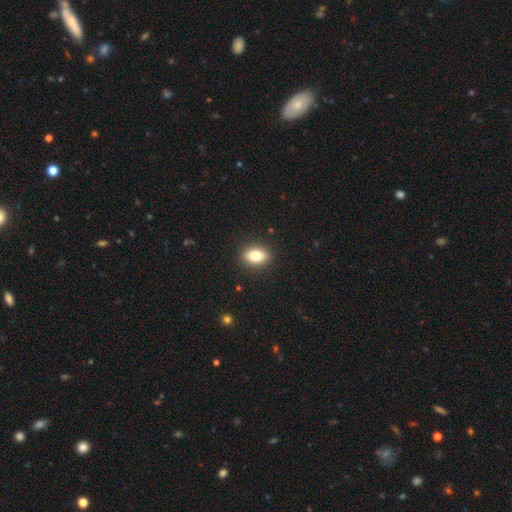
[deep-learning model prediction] Smooth or featured: smooth — 80% (featured or disk — 11%)
How rounded: in between — 73% (round — 25%)
Merging: none — 90% (minor disturbance — 7%)